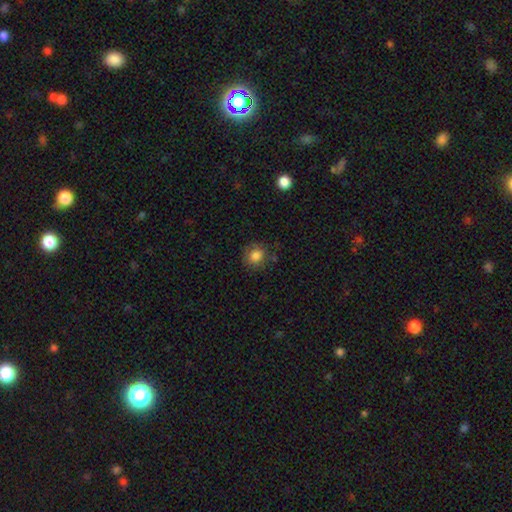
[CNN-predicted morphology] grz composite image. It shows a smooth galaxy with no disk features (83%) that is round (82%). Merging: none (78%).